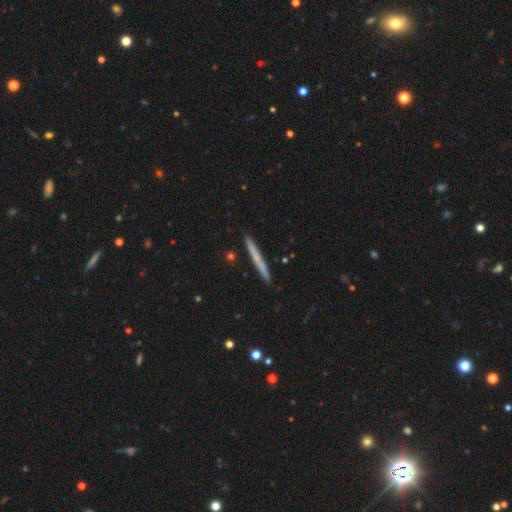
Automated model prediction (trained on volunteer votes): Morphology: type=smooth (58%); roundness=cigar-shaped (97%); merging=none (90%).